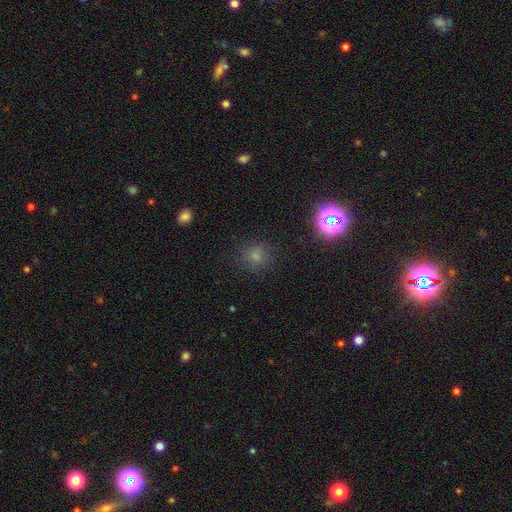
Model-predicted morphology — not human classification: A smooth galaxy with no disk features (73%) that is round (85%).

Vote fractions:
- Smooth or featured? smooth: 73% / star or artifact: 22% / featured or disk: 6%
- How rounded? round: 85% / in between: 14% / cigar-shaped: 1%
- Merging? none: 83% / minor disturbance: 11% / major disturbance: 4% / merger: 2%